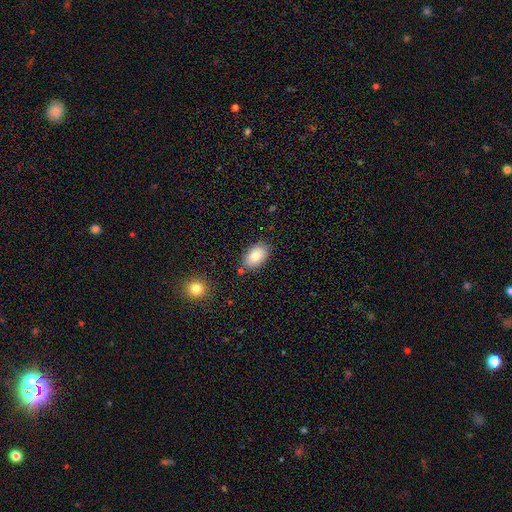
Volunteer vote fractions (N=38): This is clearly a smooth galaxy (95%). How rounded: clearly in between (92%). Merging: clearly none (83%).